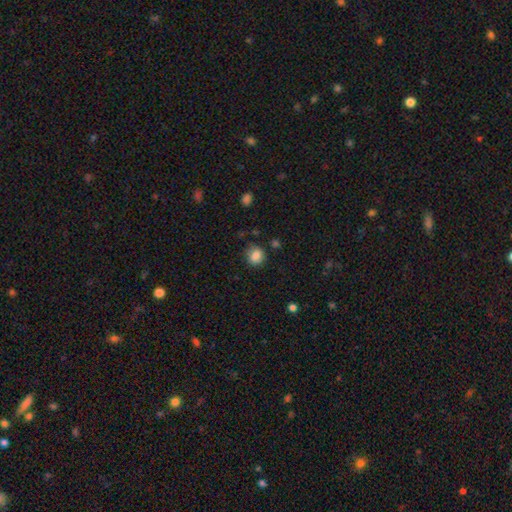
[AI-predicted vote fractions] Overall: smooth (85%). How rounded: round (75%). Merging: none (79%).